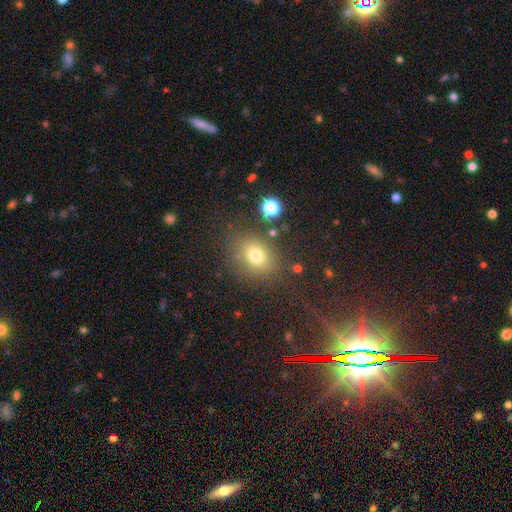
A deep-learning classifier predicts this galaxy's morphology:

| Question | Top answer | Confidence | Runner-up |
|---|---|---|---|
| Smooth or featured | smooth | 74% | star or artifact (16%) |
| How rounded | round | 50% | in between (49%) |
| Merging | none | 76% | minor disturbance (13%) |